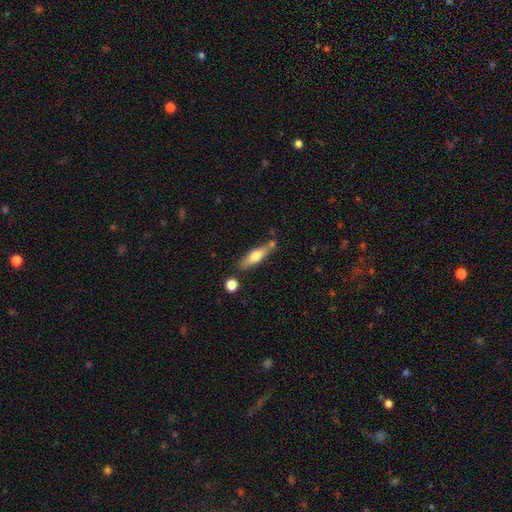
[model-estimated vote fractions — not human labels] A smooth galaxy with no disk features (56%) that is cigar-shaped (65%).

Vote fractions:
- Smooth or featured? smooth: 56% / featured or disk: 38% / star or artifact: 6%
- How rounded? cigar-shaped: 65% / in between: 32% / round: 3%
- Merging? none: 72% / minor disturbance: 15% / merger: 10% / major disturbance: 3%